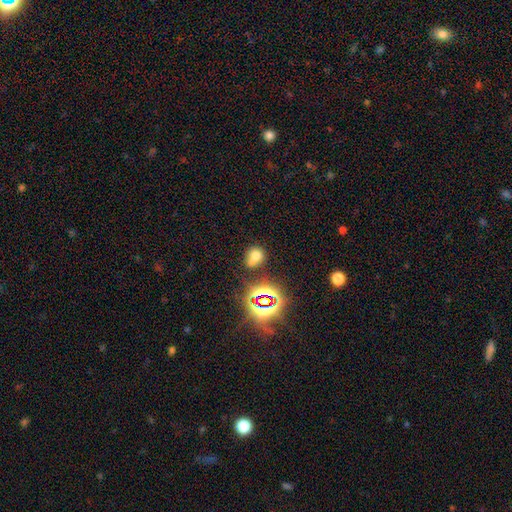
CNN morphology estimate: Q: Smooth or featured?
A: smooth (63%); runner-up: star or artifact (25%)
Q: How rounded?
A: round (67%); runner-up: in between (32%)
Q: Merging?
A: none (50%); runner-up: merger (26%)